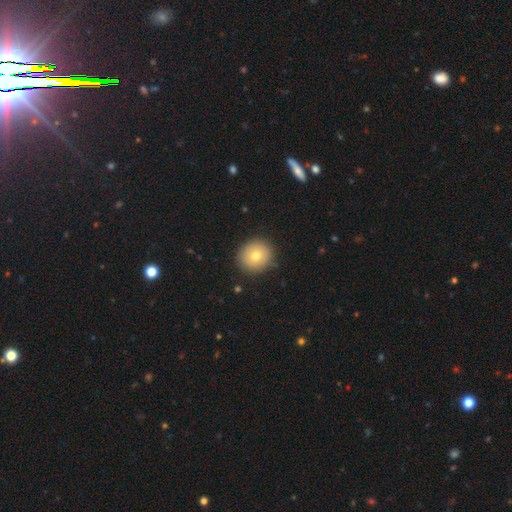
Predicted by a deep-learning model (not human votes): A smooth galaxy with no disk features (76%) that is round (88%). Merging: none (90%).